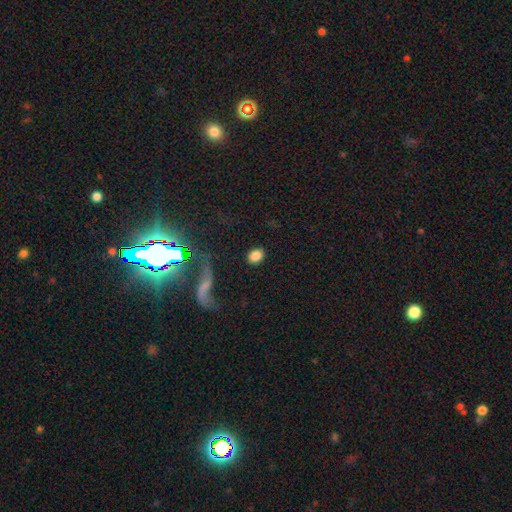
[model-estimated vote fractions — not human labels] Smooth or featured: smooth — 82% (star or artifact — 10%)
How rounded: in between — 62% (round — 36%)
Merging: none — 84% (minor disturbance — 9%)